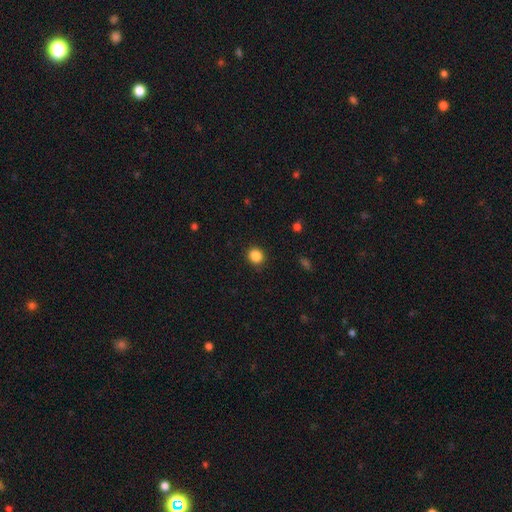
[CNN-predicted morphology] Smooth or featured? Predicted: smooth (p=0.86). How rounded? Predicted: round (p=0.83). Merging? Predicted: none (p=0.90).